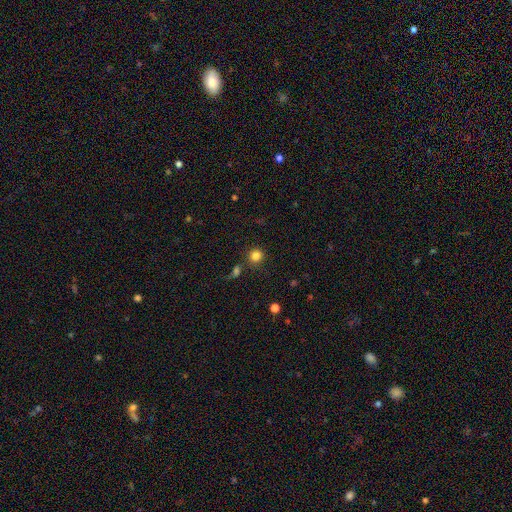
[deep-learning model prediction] Overall: smooth (82%). How rounded: round (90%). Merging: none (80%).